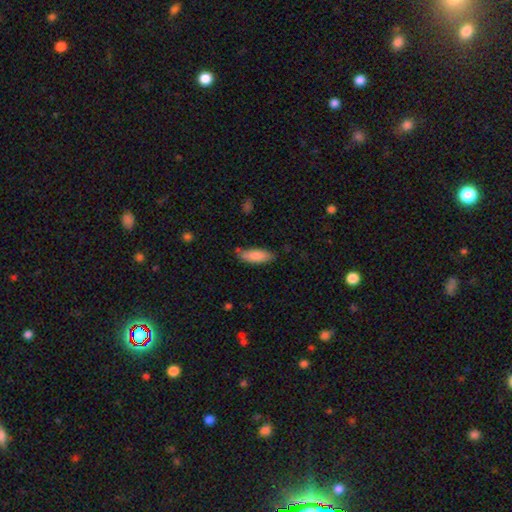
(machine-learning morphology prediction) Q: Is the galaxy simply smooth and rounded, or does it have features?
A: smooth — 86%.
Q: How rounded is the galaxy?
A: in between — 61%.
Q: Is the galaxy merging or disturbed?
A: none — 76%.